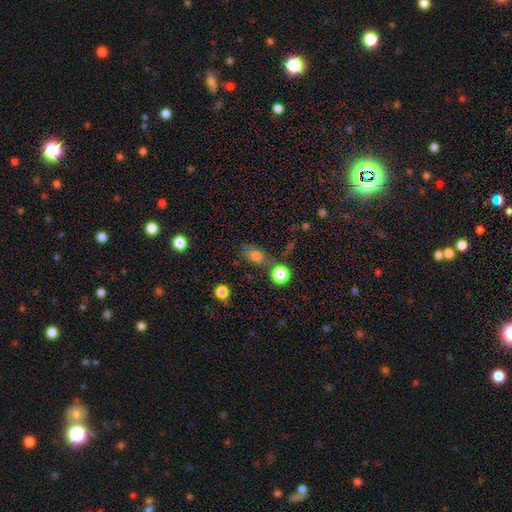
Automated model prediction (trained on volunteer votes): A smooth galaxy with no disk features (67%) that is in between round and cigar-shaped (64%).

Vote fractions:
- Smooth or featured? smooth: 67% / star or artifact: 22% / featured or disk: 11%
- How rounded? in between: 64% / round: 32% / cigar-shaped: 4%
- Merging? none: 60% / minor disturbance: 18% / merger: 13% / major disturbance: 9%